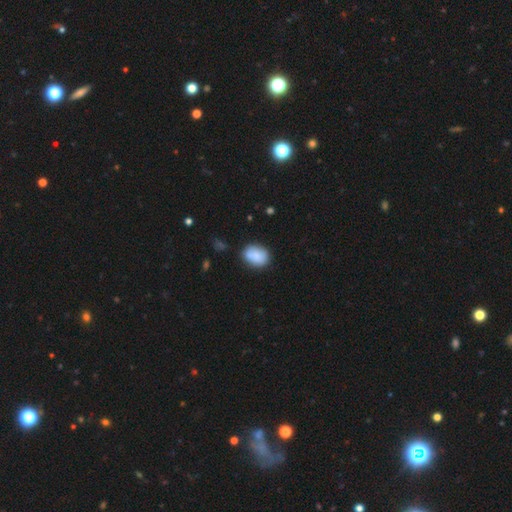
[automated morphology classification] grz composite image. It shows a smooth galaxy with no disk features (84%) that is in between round and cigar-shaped (71%). Merging: none (69%).